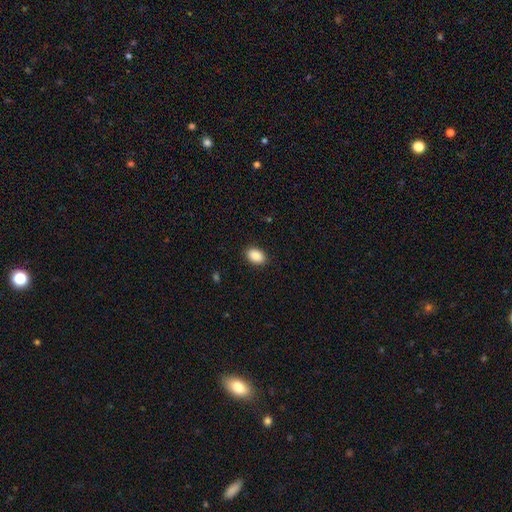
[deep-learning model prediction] A smooth galaxy with no disk features (90%) that is in between round and cigar-shaped (84%). Merging: none (89%).